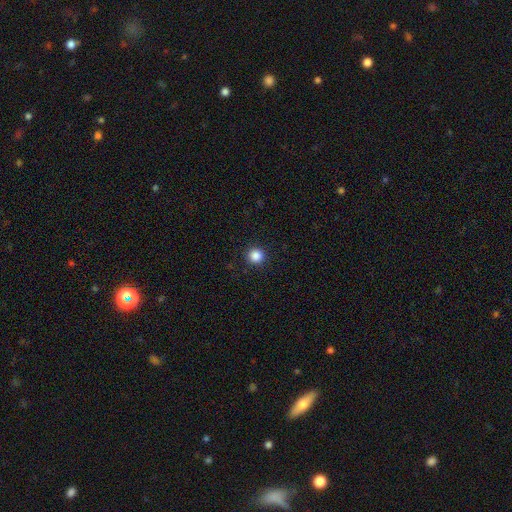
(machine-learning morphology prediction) Overall: smooth (86%). How rounded: round (95%). Merging: none (93%).